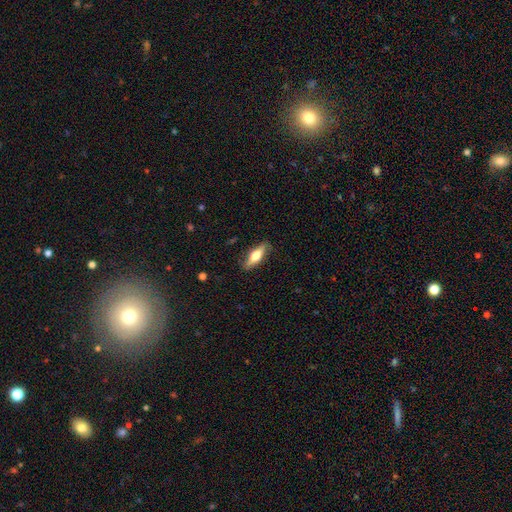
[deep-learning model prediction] smooth-or-featured: smooth: 55% | featured or disk: 40% | star or artifact: 6%
  how-rounded: in between: 51% | cigar-shaped: 46% | round: 3%
  merging: none: 84% | minor disturbance: 12% | major disturbance: 3% | merger: 1%